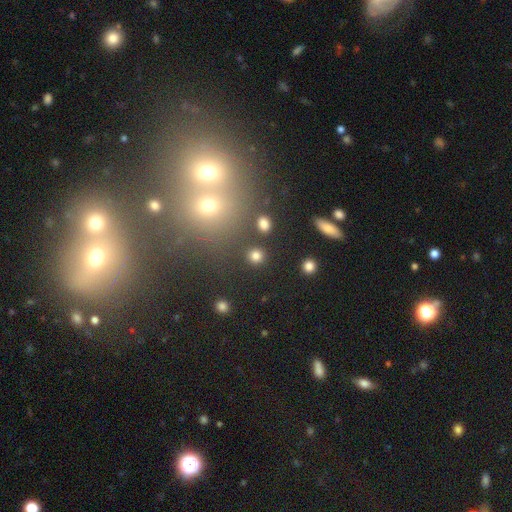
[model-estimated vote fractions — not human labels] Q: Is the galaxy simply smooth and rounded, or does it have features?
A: smooth — 81%.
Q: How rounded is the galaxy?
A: round — 90%.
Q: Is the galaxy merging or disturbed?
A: none — 87%.